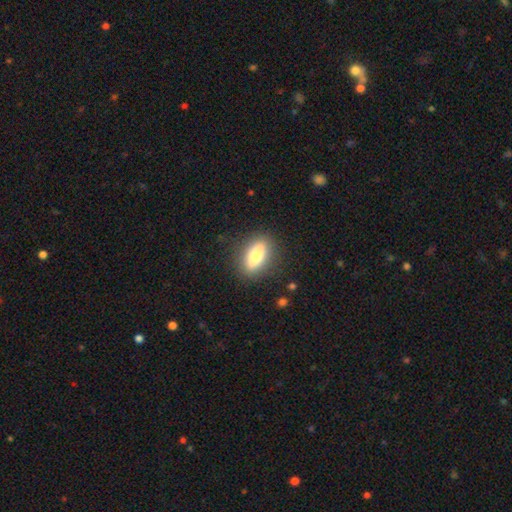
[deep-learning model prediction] Overall: smooth (71%). How rounded: in between (71%). Merging: none (86%).